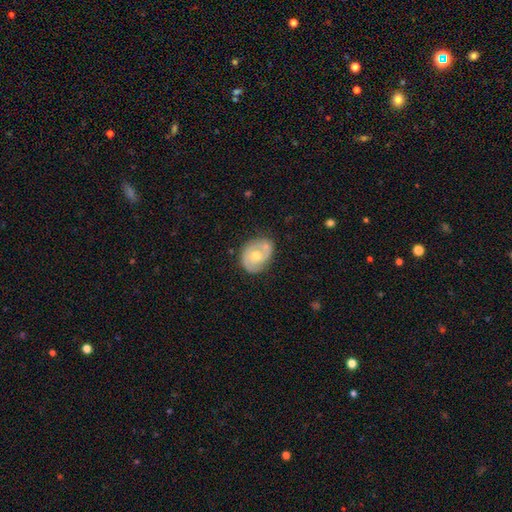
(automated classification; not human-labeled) The model was most divided on "smooth or featured": featured or disk: 62%, smooth: 32%, star or artifact: 6%. More confident: edge-on disk — no (96%); bulge size — moderate (73%); bar — no (72%); spiral arms — yes (69%); merging — none (60%).